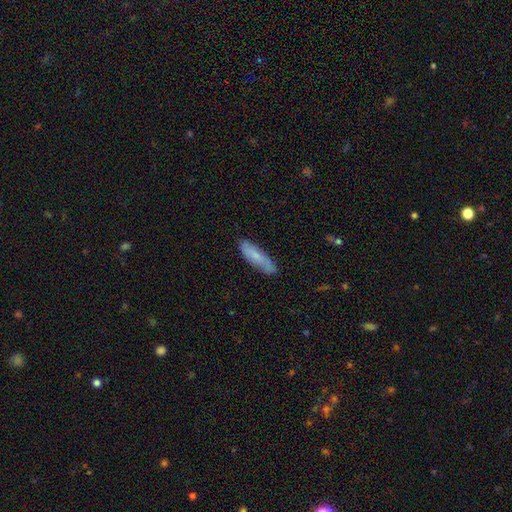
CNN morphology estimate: smooth_or_featured: smooth (p=0.66) [alt: featured or disk p=0.28]
how_rounded: cigar-shaped (p=0.63) [alt: in between p=0.35]
merging: none (p=0.80) [alt: minor disturbance p=0.16]